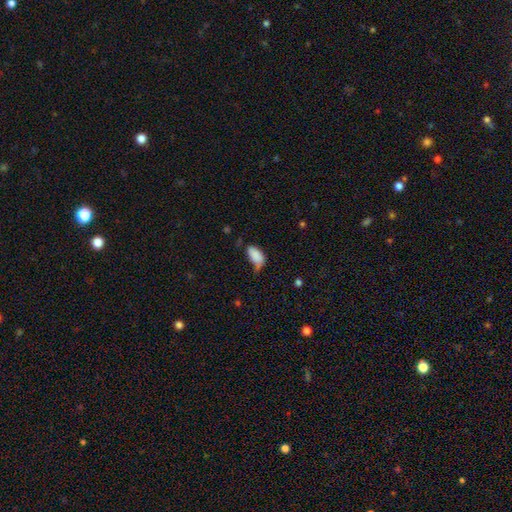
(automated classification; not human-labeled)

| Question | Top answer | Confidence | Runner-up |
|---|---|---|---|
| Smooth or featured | smooth | 84% | star or artifact (8%) |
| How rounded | in between | 94% | round (3%) |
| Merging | minor disturbance | 41% | none (33%) |